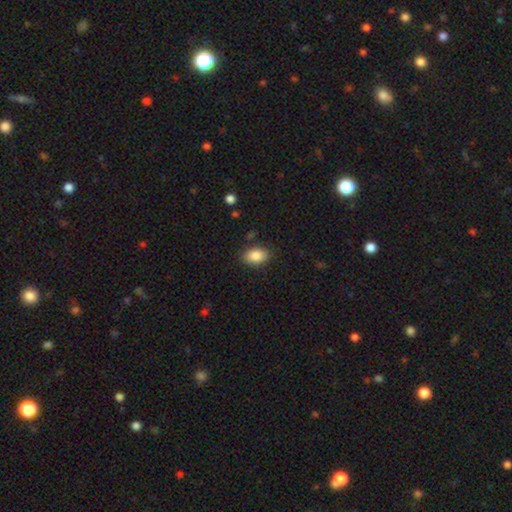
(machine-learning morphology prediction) Q: Smooth or featured?
A: smooth (86%); runner-up: star or artifact (8%)
Q: How rounded?
A: in between (88%); runner-up: round (11%)
Q: Merging?
A: none (85%); runner-up: minor disturbance (11%)